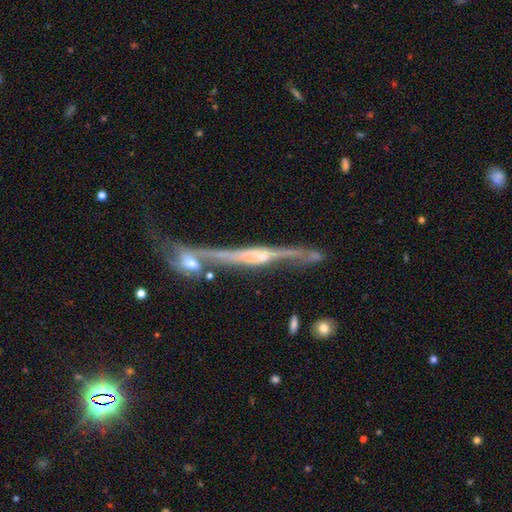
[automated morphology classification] Q: Smooth or featured?
A: featured or disk (84%); runner-up: smooth (9%)
Q: Edge-on disk?
A: yes (89%); runner-up: no (11%)
Q: Edge-on bulge?
A: rounded (67%); runner-up: boxy (17%)
Q: Merging?
A: none (41%); runner-up: merger (34%)